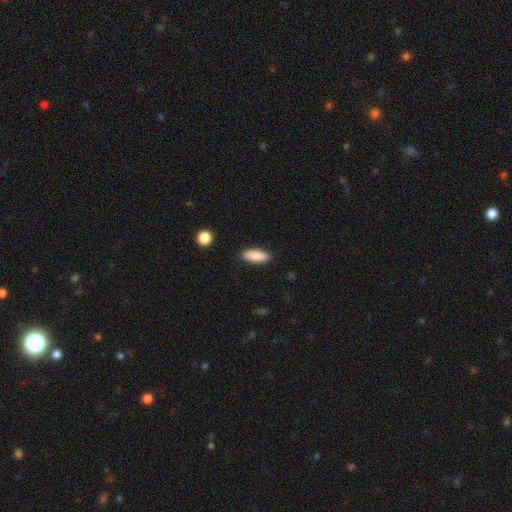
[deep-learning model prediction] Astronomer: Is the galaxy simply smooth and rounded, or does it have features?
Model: smooth — 88%.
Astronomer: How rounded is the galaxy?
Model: in between — 72%.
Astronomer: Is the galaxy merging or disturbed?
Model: none — 89%.